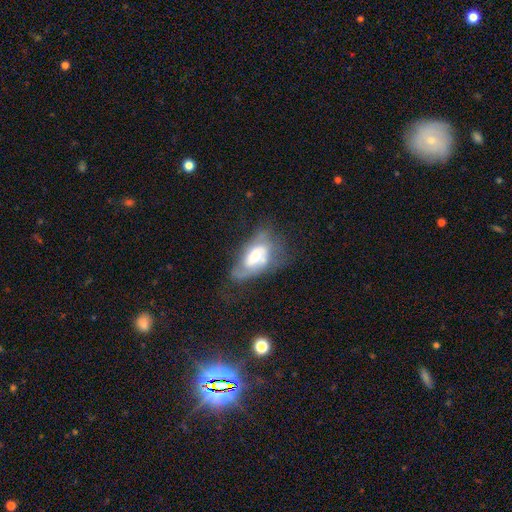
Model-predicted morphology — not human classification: Smooth or featured: featured or disk — 59% (smooth — 34%)
Edge-on disk: no — 91% (yes — 9%)
Bar: no — 60% (weak — 31%)
Spiral arms: yes — 62% (no — 38%)
Bulge size: moderate — 59% (small — 19%)
Merging: none — 34% (major disturbance — 27%)